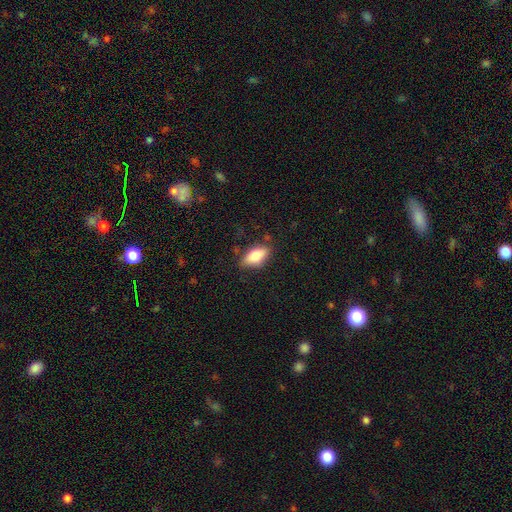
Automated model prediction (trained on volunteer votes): A smooth galaxy with no disk features (78%) that is in between round and cigar-shaped (86%). Merging: none (79%).